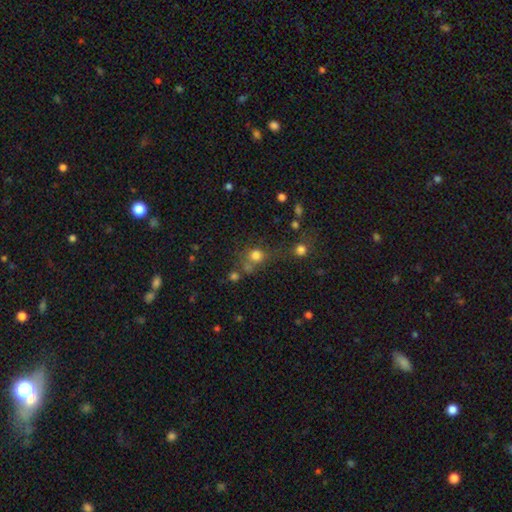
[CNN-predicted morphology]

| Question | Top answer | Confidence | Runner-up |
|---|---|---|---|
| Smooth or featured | smooth | 73% | star or artifact (18%) |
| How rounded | round | 87% | in between (12%) |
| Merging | none | 52% | merger (27%) |